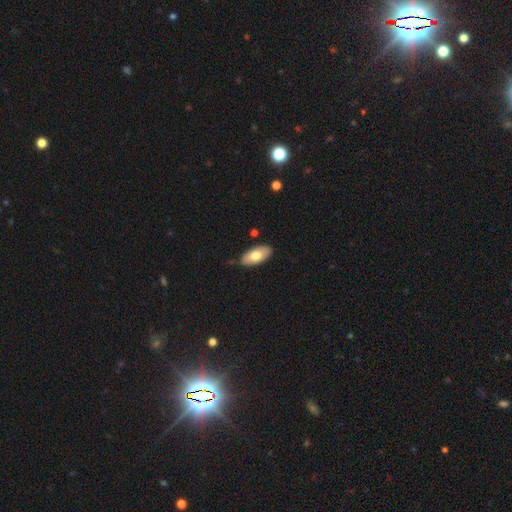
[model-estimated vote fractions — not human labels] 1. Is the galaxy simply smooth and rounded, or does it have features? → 73% smooth, 21% featured or disk, 6% star or artifact.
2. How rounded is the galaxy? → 91% in between, 6% cigar-shaped, 2% round.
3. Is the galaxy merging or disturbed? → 81% none, 14% minor disturbance, 3% merger, 2% major disturbance.